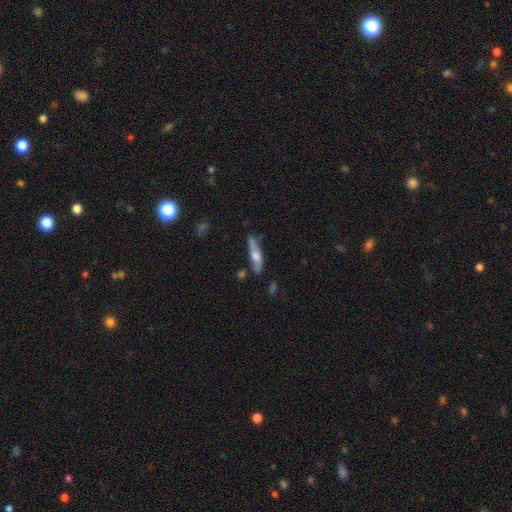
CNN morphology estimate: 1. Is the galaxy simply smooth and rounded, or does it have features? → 54% smooth, 40% featured or disk, 6% star or artifact.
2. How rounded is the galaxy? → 74% cigar-shaped, 23% in between, 2% round.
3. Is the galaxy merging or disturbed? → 65% none, 23% minor disturbance, 6% merger, 6% major disturbance.